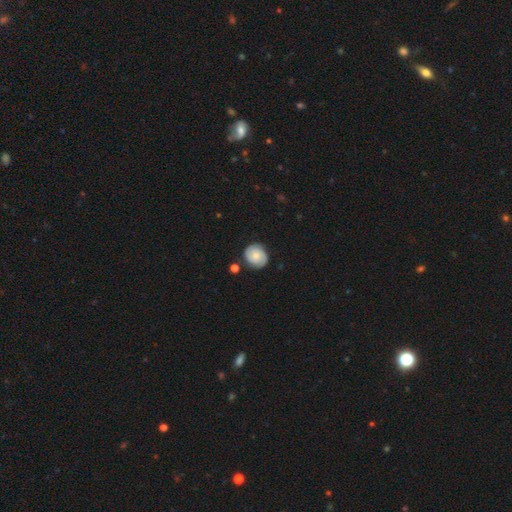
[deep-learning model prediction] Smooth or featured? Predicted: featured or disk (p=0.47). Merging? Predicted: none (p=0.81).